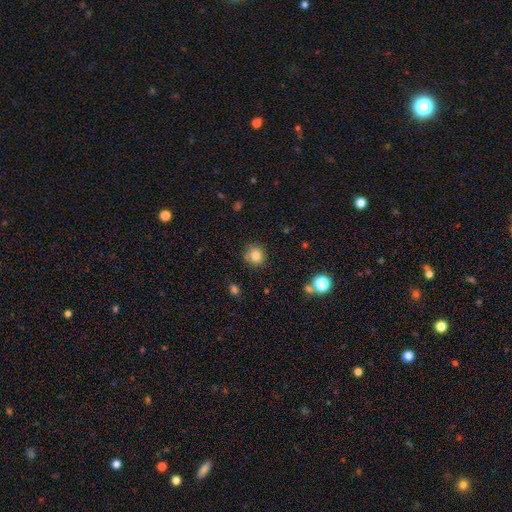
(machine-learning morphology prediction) smooth_or_featured: smooth (p=0.81) [alt: star or artifact p=0.12]
how_rounded: round (p=0.86) [alt: in between p=0.13]
merging: none (p=0.79) [alt: minor disturbance p=0.14]